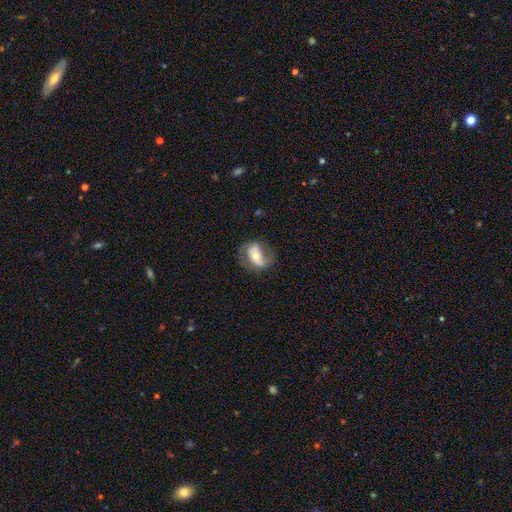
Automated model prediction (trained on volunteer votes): A featured or disk galaxy (54%) with no bar (39%), spiral arms (67%) and a moderate central bulge (58%).

Vote fractions:
- Smooth or featured? featured or disk: 54% / smooth: 39% / star or artifact: 7%
- Edge-on disk? no: 93% / yes: 7%
- Bar? no: 39% / strong: 33% / weak: 28%
- Spiral arms? yes: 67% / no: 33%
- Bulge size? moderate: 58% / small: 32% / large: 7% / none: 2% / dominant: 1%
- Merging? none: 57% / minor disturbance: 24% / major disturbance: 17% / merger: 2%